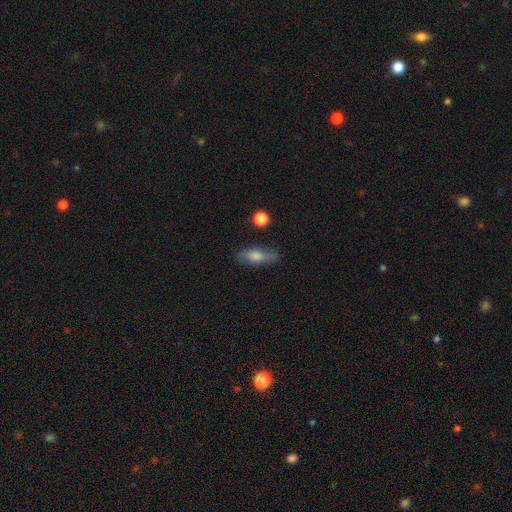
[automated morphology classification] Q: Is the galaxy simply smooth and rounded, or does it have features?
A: smooth — 55%.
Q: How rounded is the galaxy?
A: in between — 54%.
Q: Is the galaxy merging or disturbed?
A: none — 76%.